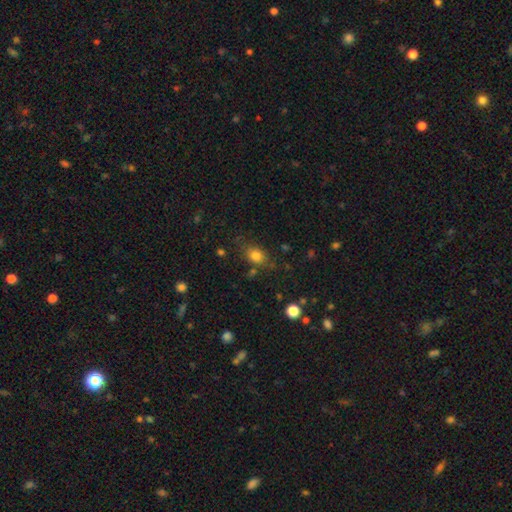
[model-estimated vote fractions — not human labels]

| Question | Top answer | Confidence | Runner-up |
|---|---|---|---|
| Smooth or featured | smooth | 80% | star or artifact (12%) |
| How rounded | in between | 60% | round (38%) |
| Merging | none | 71% | minor disturbance (18%) |